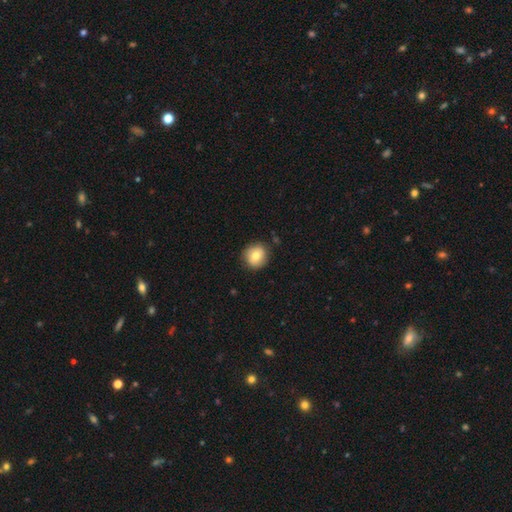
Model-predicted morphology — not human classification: Smooth or featured: smooth — 77% (featured or disk — 15%)
How rounded: round — 88% (in between — 11%)
Merging: none — 86% (minor disturbance — 11%)